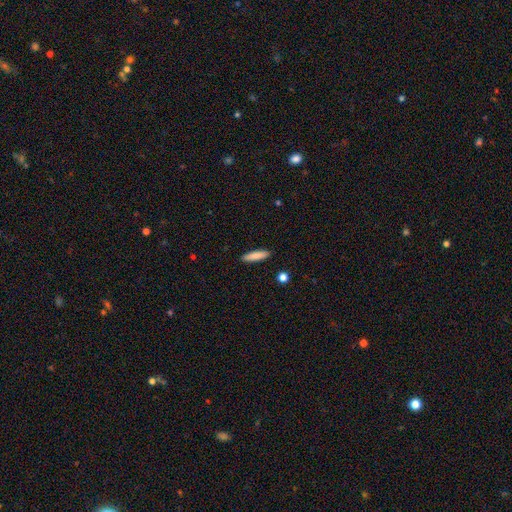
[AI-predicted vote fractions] A smooth galaxy with no disk features (84%) that is cigar-shaped (80%). Merging: none (91%).